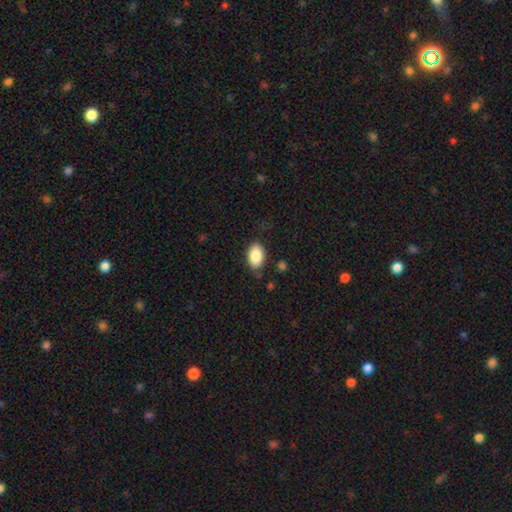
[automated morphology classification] This appears to be a smooth galaxy with no disk features (85%) that is in between round and cigar-shaped (92%). Merging: none (77%).